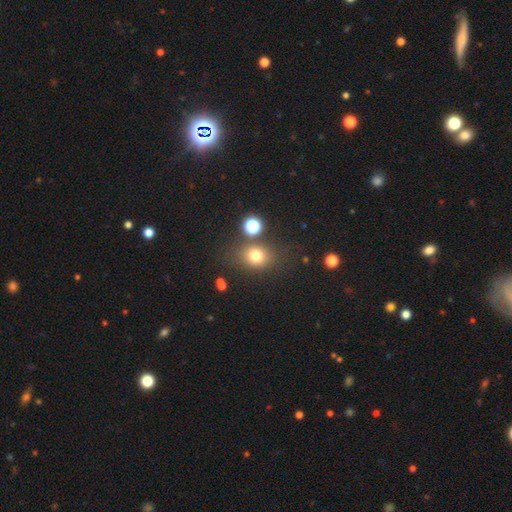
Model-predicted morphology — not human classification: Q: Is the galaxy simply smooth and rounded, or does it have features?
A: smooth — 74%.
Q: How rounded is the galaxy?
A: round — 61%.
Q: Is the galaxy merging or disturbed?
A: none — 73%.